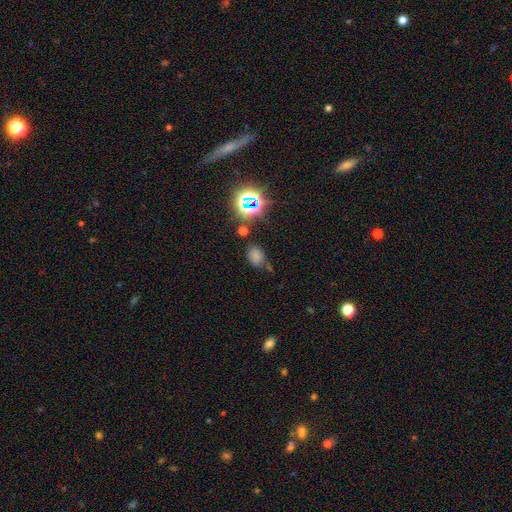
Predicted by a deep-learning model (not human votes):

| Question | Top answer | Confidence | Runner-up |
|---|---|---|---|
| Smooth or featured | smooth | 66% | star or artifact (27%) |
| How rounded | in between | 68% | round (31%) |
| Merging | none | 69% | minor disturbance (18%) |